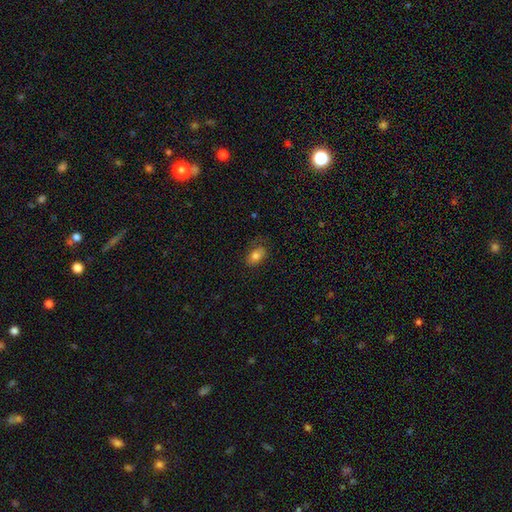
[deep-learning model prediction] Smooth or featured: smooth — 78% (featured or disk — 14%)
How rounded: in between — 88% (round — 11%)
Merging: none — 69% (minor disturbance — 21%)